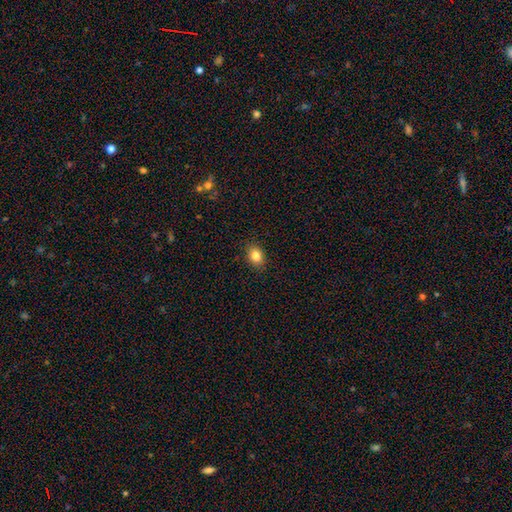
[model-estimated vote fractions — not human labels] smooth-or-featured: smooth: 84% | star or artifact: 10% | featured or disk: 6%
  how-rounded: in between: 66% | round: 33% | cigar-shaped: 1%
  merging: none: 89% | minor disturbance: 8% | major disturbance: 2% | merger: 1%